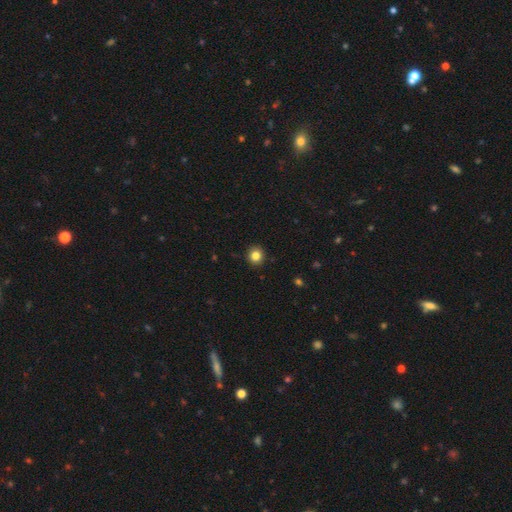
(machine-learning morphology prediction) smooth 83%, star or artifact 11%, featured or disk 6%. Down the decision tree: how rounded — round (86%); merging — none (92%).